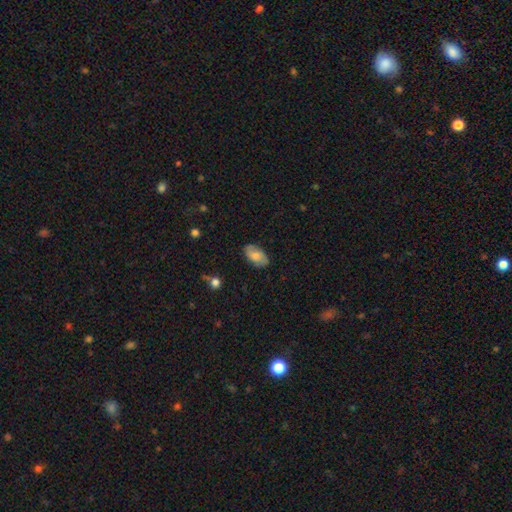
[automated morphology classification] This is likely a smooth galaxy (65%). How rounded: clearly in between (94%). Merging: clearly none (81%).